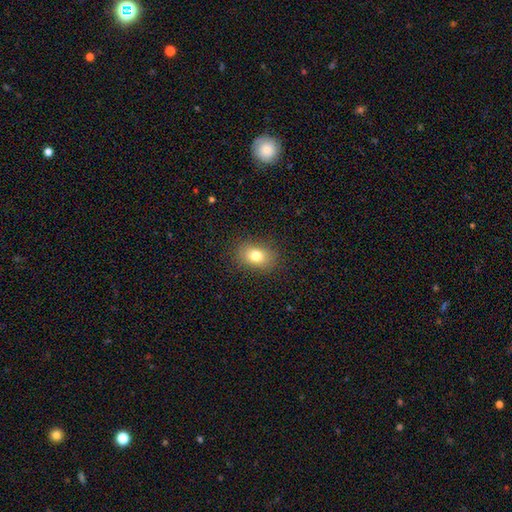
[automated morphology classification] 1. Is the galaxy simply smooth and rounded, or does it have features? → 79% smooth, 11% star or artifact, 10% featured or disk.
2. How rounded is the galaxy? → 72% in between, 27% round, 1% cigar-shaped.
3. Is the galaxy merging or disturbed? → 87% none, 9% minor disturbance, 3% major disturbance, 1% merger.